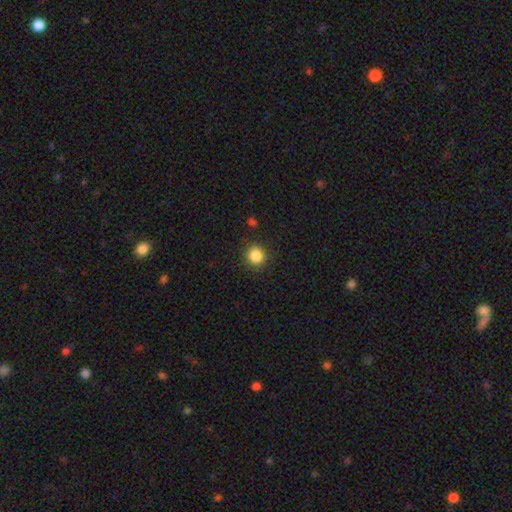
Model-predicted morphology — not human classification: A smooth galaxy with no disk features (85%) that is round (89%). Merging: none (89%).